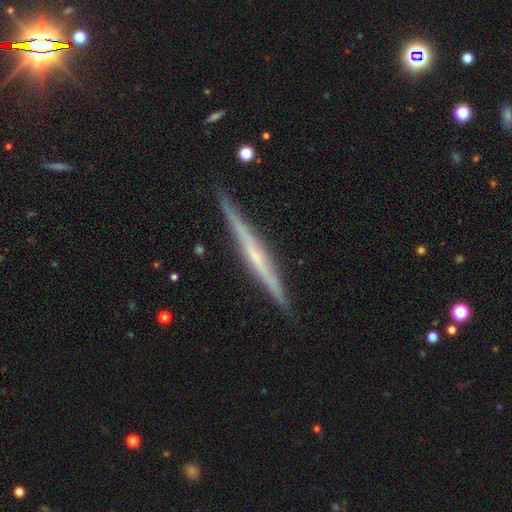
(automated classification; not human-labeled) smooth-or-featured: featured or disk: 75% | smooth: 20% | star or artifact: 5%
  disk-edge-on: yes: 98% | no: 2%
    edge-on-bulge: none: 54% | rounded: 35% | boxy: 11%
  merging: none: 90% | minor disturbance: 7% | major disturbance: 1% | merger: 1%